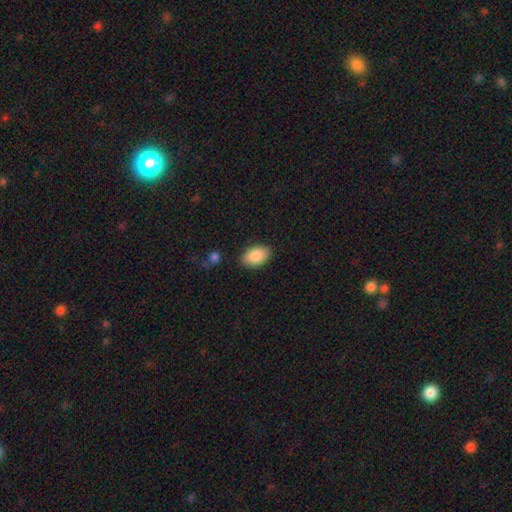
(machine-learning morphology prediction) Smooth or featured?
  - smooth: 87% *
  - featured or disk: 7%
  - star or artifact: 6%
How rounded?
  - in between: 92% *
  - round: 7%
  - cigar-shaped: 1%
Merging?
  - none: 86% *
  - minor disturbance: 10%
  - major disturbance: 2%
  - merger: 2%